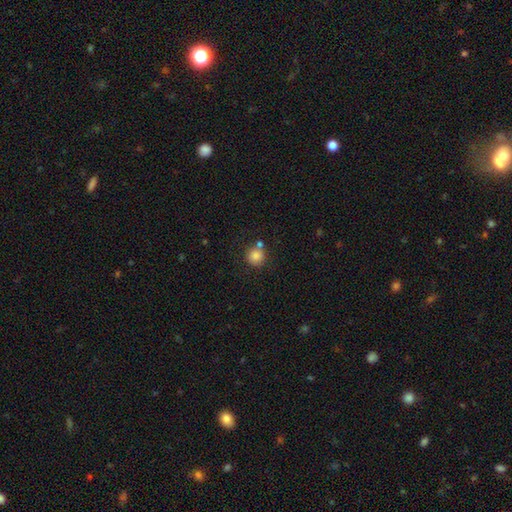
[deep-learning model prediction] Smooth or featured?
  - smooth: 85% *
  - star or artifact: 10%
  - featured or disk: 5%
How rounded?
  - round: 92% *
  - in between: 7%
  - cigar-shaped: 1%
Merging?
  - none: 71% *
  - merger: 15%
  - minor disturbance: 10%
  - major disturbance: 4%